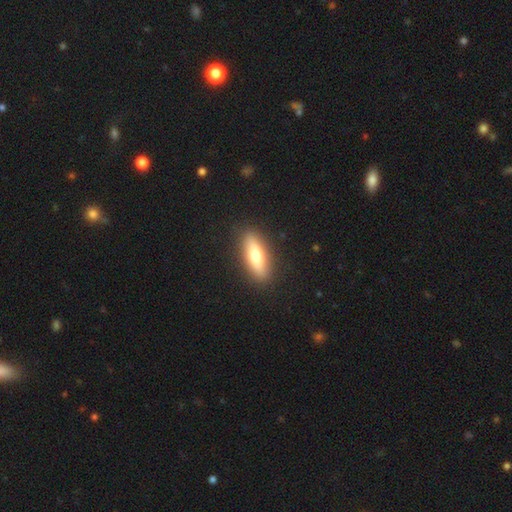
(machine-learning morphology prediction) Smooth or featured?
  - smooth: 67% *
  - featured or disk: 27%
  - star or artifact: 6%
How rounded?
  - cigar-shaped: 51% *
  - in between: 46%
  - round: 2%
Merging?
  - none: 89% *
  - minor disturbance: 8%
  - major disturbance: 2%
  - merger: 1%